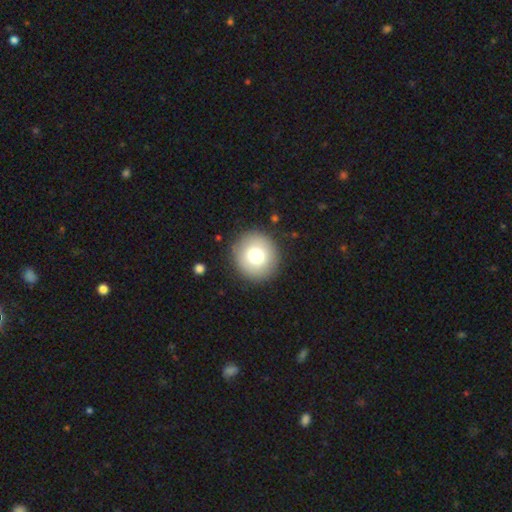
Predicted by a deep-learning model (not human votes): smooth_or_featured: smooth (p=0.77) [alt: featured or disk p=0.14]
how_rounded: round (p=0.93) [alt: in between p=0.06]
merging: none (p=0.90) [alt: minor disturbance p=0.06]